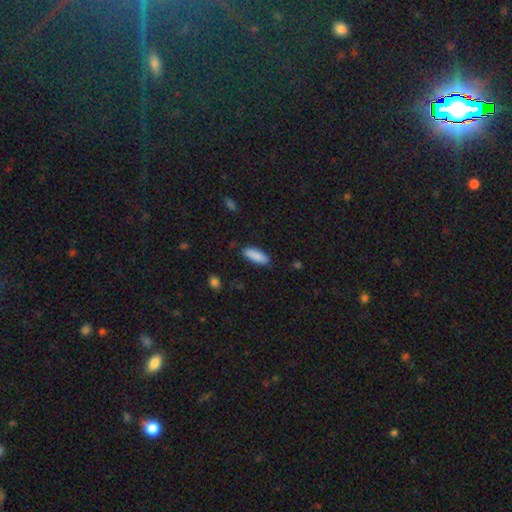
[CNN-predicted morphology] Q: Smooth or featured?
A: smooth (90%); runner-up: star or artifact (6%)
Q: How rounded?
A: in between (55%); runner-up: cigar-shaped (43%)
Q: Merging?
A: none (88%); runner-up: minor disturbance (9%)